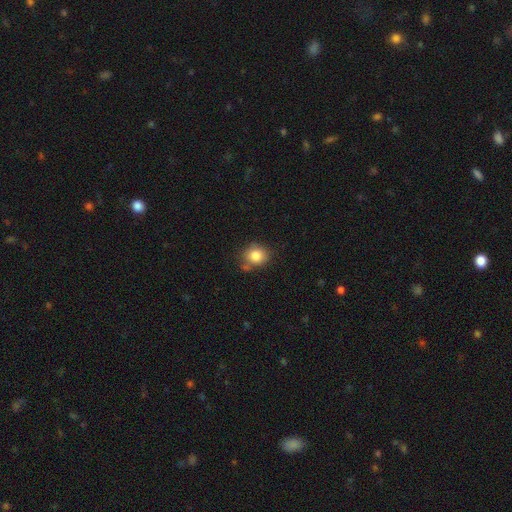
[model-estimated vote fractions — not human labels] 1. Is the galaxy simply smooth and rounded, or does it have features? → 83% smooth, 10% star or artifact, 7% featured or disk.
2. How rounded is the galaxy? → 75% round, 24% in between, 1% cigar-shaped.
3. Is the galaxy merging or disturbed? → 68% none, 19% minor disturbance, 9% merger, 5% major disturbance.